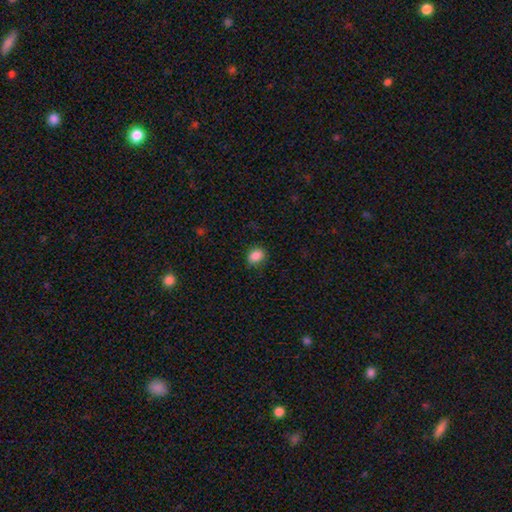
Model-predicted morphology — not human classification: Q: Smooth or featured?
A: smooth (88%); runner-up: star or artifact (9%)
Q: How rounded?
A: in between (65%); runner-up: round (33%)
Q: Merging?
A: none (86%); runner-up: minor disturbance (11%)